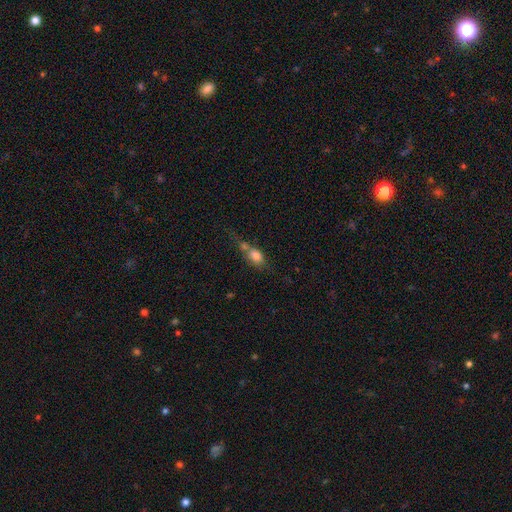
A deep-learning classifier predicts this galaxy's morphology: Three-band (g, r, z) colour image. It shows a smooth galaxy with no disk features (74%) that is in between round and cigar-shaped (66%). Merging: merger (49%).